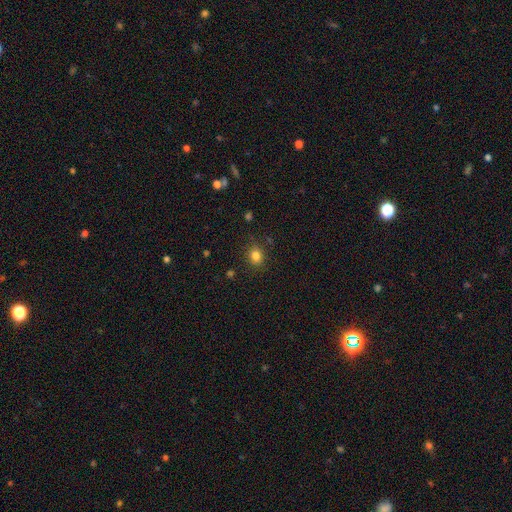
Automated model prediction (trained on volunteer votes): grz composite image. It shows a smooth galaxy with no disk features (82%) that is round (67%). Merging: none (86%).